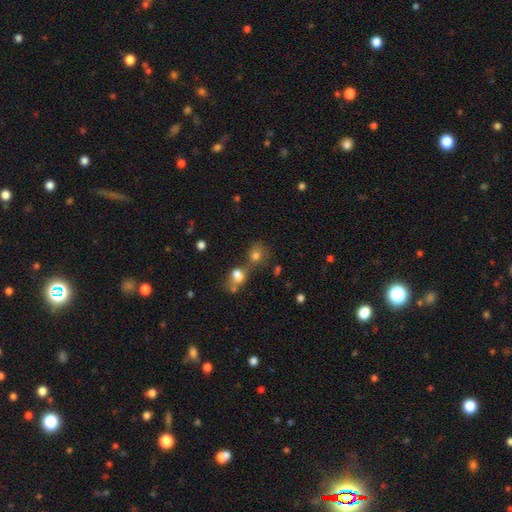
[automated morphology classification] type=smooth (74%); roundness=round (71%); merging=none (43%).